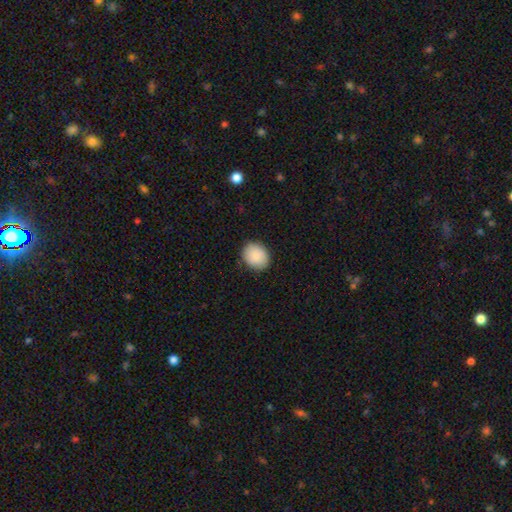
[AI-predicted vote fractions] Overall: smooth (89%). How rounded: round (57%; in between 42%). Merging: none (88%).